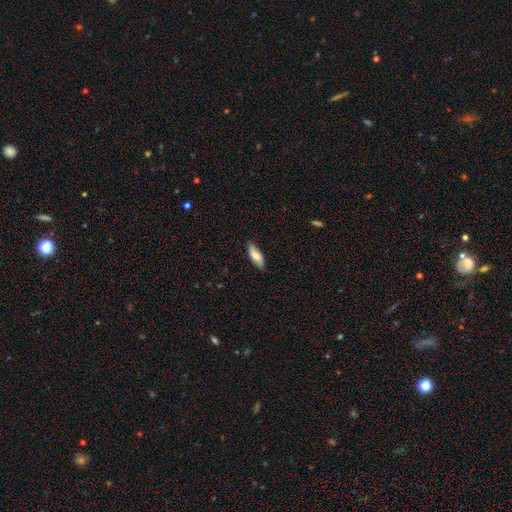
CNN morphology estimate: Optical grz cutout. It shows a smooth galaxy with no disk features (72%) that is in between round and cigar-shaped (70%). Merging: none (81%).